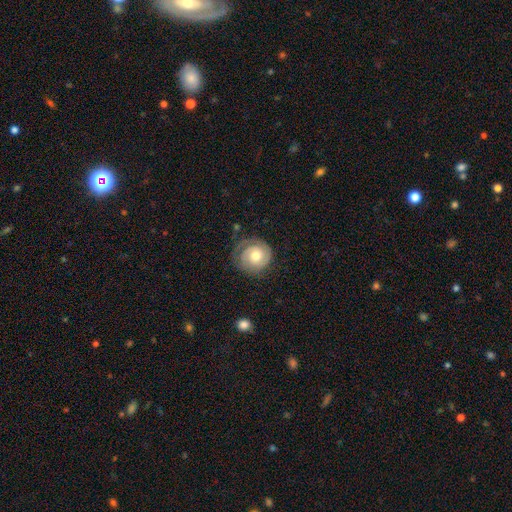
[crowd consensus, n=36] A featured or disk galaxy (56%) with no bar (89%), 1 (62%) tight (75%) spiral arms (84%) and a moderate central bulge (74%). Merging: none (60%).